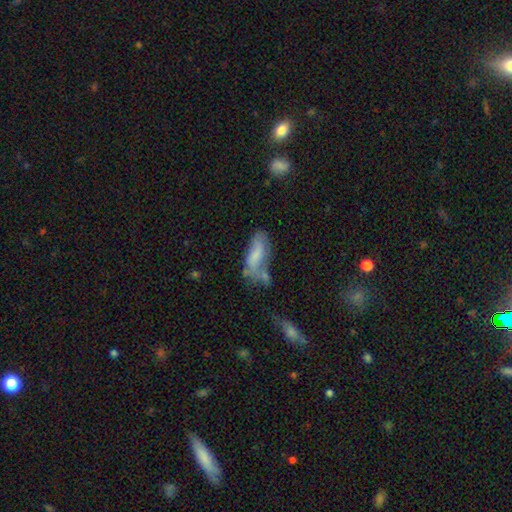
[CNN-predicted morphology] This is likely a smooth galaxy (62%). How rounded: likely in between (76%). Merging: marginally none (35%).